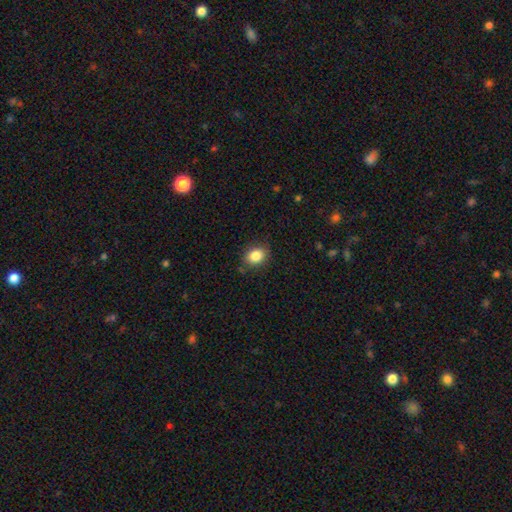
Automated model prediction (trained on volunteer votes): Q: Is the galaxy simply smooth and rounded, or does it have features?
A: smooth — 85%.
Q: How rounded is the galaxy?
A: in between — 53%.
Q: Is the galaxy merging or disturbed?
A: none — 83%.